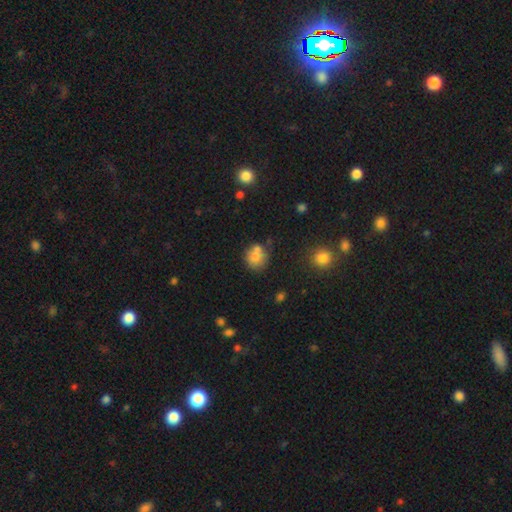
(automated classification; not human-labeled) Smooth or featured? Predicted: smooth (p=0.77). How rounded? Predicted: round (p=0.82). Merging? Predicted: none (p=0.57).